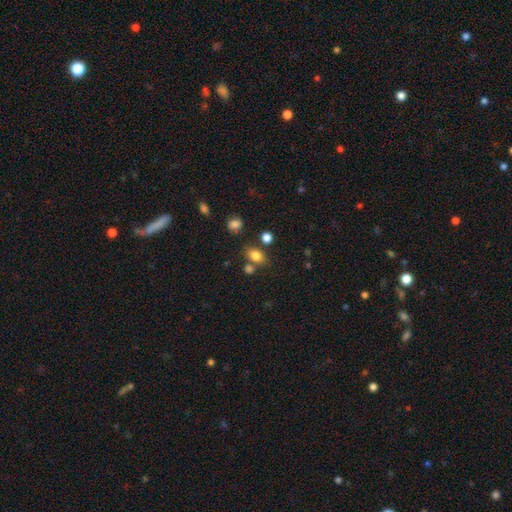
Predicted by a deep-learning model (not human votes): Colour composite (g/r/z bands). It shows a smooth galaxy with no disk features (80%) that is in between round and cigar-shaped (69%). Merging: none (68%).